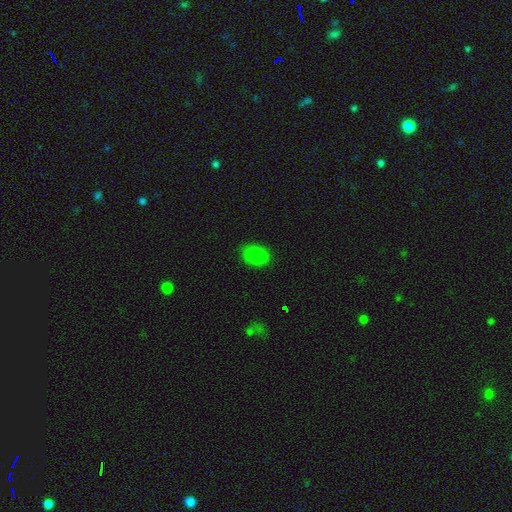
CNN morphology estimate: Q: Smooth or featured?
A: smooth (83%); runner-up: star or artifact (12%)
Q: How rounded?
A: in between (74%); runner-up: round (25%)
Q: Merging?
A: none (83%); runner-up: minor disturbance (13%)